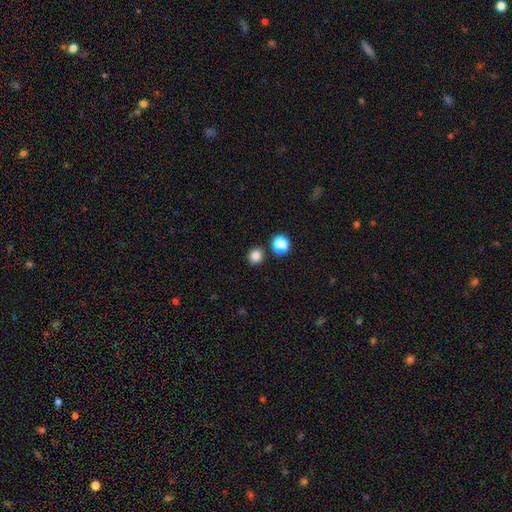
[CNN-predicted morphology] This appears to be a smooth galaxy with no disk features (83%) that is round (85%). Merging: none (87%).